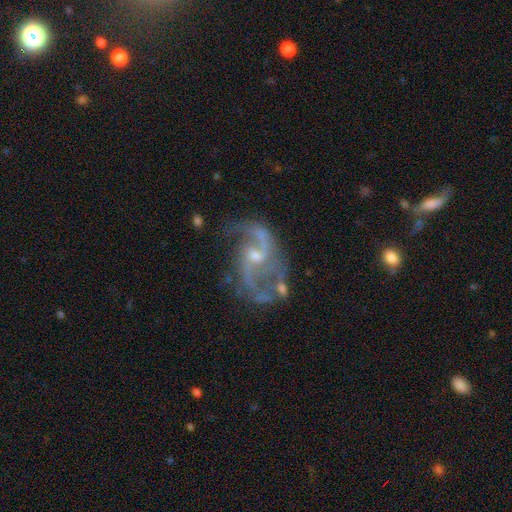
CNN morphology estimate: The model was most divided on "bar": no: 47%, weak: 41%, strong: 12%. More confident: edge-on disk — no (97%); spiral arms — yes (94%); smooth or featured — featured or disk (85%); spiral arm count — 2 (77%); bulge size — small (60%); merging — none (59%); spiral winding — loose (52%).